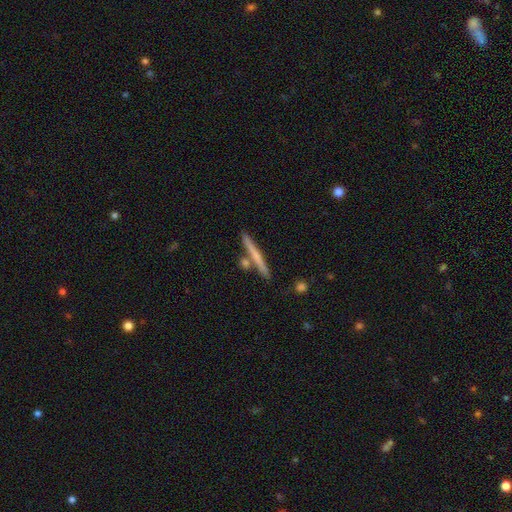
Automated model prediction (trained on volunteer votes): Smooth or featured? smooth (51%)
How rounded? cigar-shaped (95%)
Merging? none (81%)